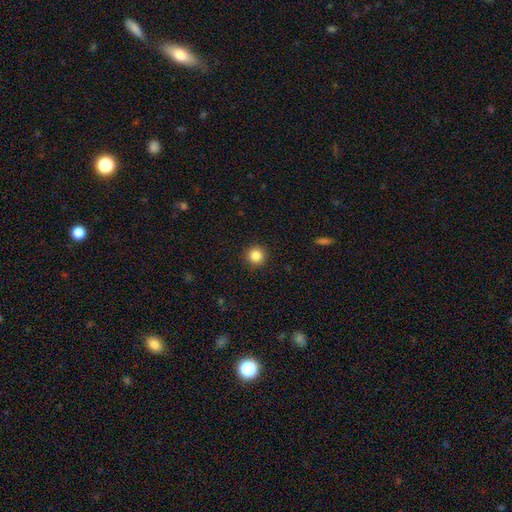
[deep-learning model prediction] Smooth or featured? smooth (85%)
How rounded? round (95%)
Merging? none (92%)